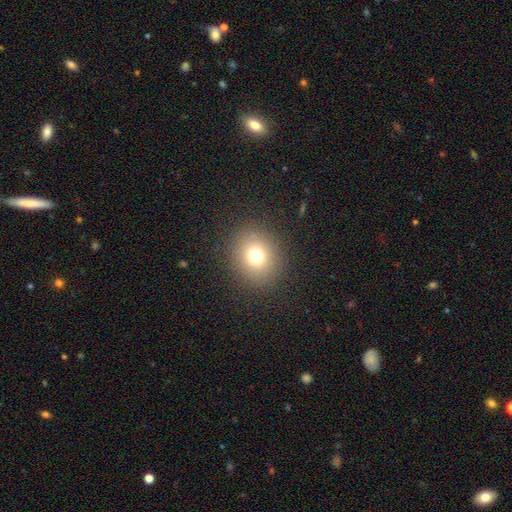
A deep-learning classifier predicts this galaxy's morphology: Smooth or featured?
  - smooth: 74% *
  - star or artifact: 16%
  - featured or disk: 10%
How rounded?
  - round: 74% *
  - in between: 25%
  - cigar-shaped: 1%
Merging?
  - none: 88% *
  - minor disturbance: 7%
  - major disturbance: 4%
  - merger: 1%